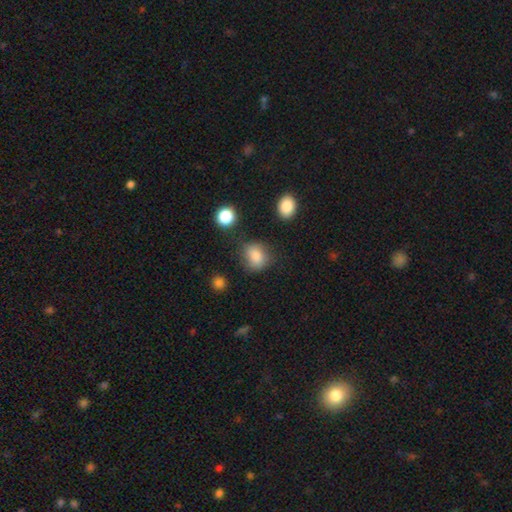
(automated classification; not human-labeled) This appears to be a smooth galaxy with no disk features (84%) that is round (64%). Merging: none (70%).